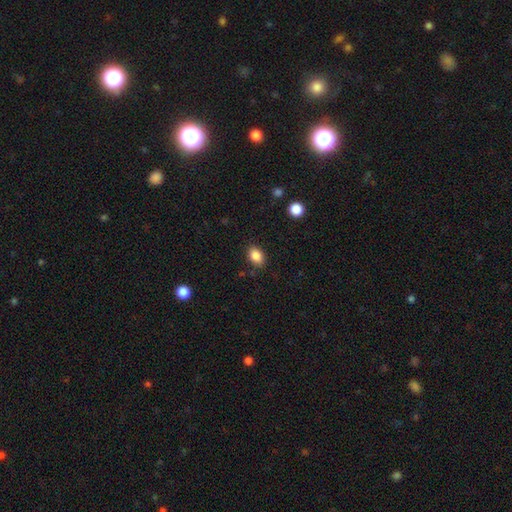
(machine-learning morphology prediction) A smooth galaxy with no disk features (87%) that is in between round and cigar-shaped (79%). Merging: none (85%).